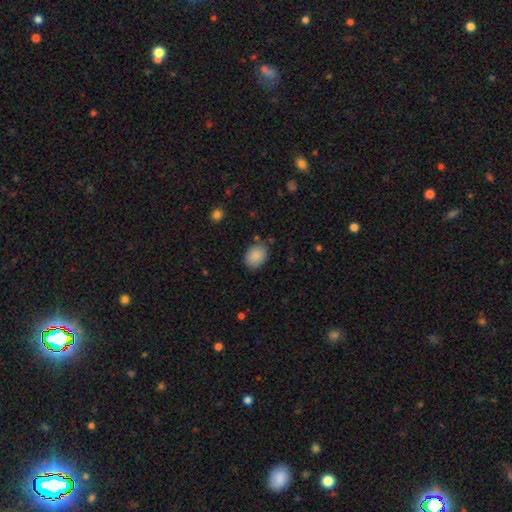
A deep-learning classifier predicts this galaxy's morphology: Smooth or featured? smooth (89%)
How rounded? in between (70%)
Merging? none (81%)